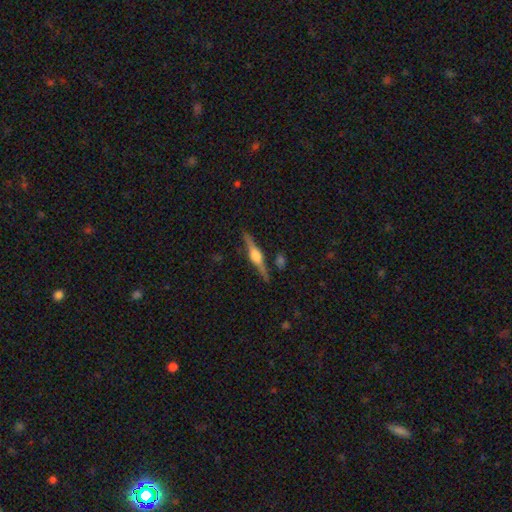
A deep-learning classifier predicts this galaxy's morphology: Smooth or featured: featured or disk — 82% (smooth — 12%)
Edge-on disk: yes — 98% (no — 2%)
Edge-on bulge: rounded — 91% (boxy — 7%)
Merging: none — 88% (minor disturbance — 8%)